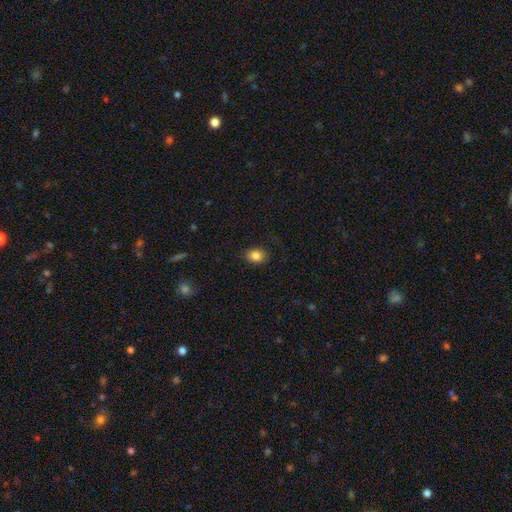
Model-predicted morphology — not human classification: smooth_or_featured: smooth (p=0.84) [alt: star or artifact p=0.10]
how_rounded: in between (p=0.57) [alt: round p=0.42]
merging: none (p=0.86) [alt: minor disturbance p=0.11]